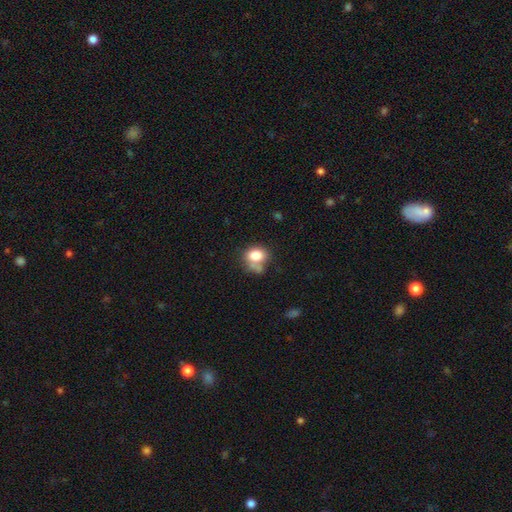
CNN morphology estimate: smooth-or-featured: smooth: 78% | featured or disk: 11% | star or artifact: 10%
  how-rounded: in between: 51% | round: 48% | cigar-shaped: 1%
  merging: none: 43% | merger: 24% | minor disturbance: 22% | major disturbance: 11%